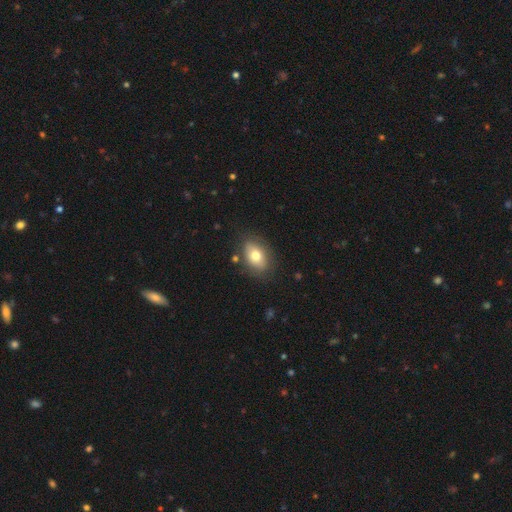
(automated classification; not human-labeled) smooth_or_featured: smooth (p=0.73) [alt: featured or disk p=0.19]
how_rounded: in between (p=0.82) [alt: round p=0.16]
merging: none (p=0.79) [alt: minor disturbance p=0.14]